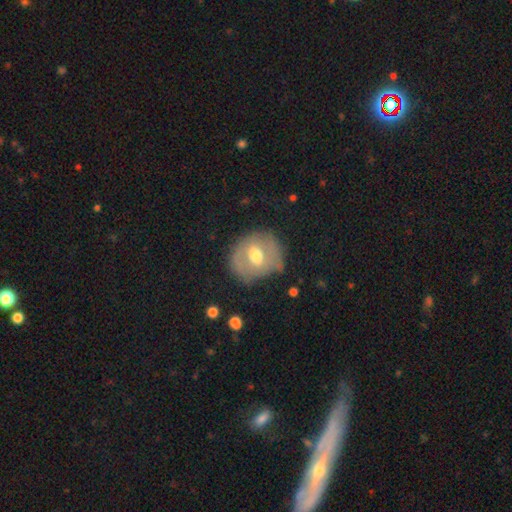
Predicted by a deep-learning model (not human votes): Q: Smooth or featured?
A: featured or disk (46%); runner-up: smooth (42%)
Q: Merging?
A: none (77%); runner-up: minor disturbance (16%)